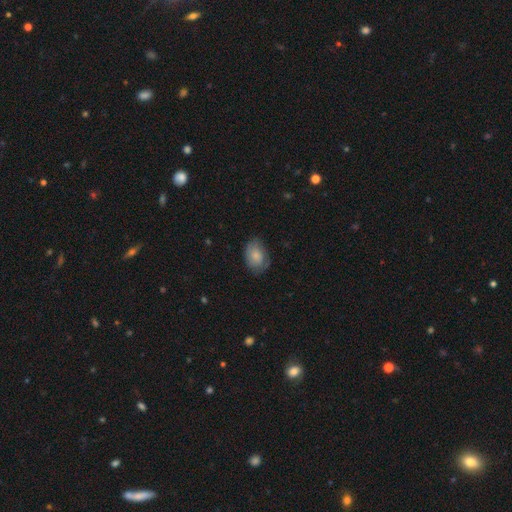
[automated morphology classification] type=smooth (75%); roundness=in between (78%); merging=none (67%).